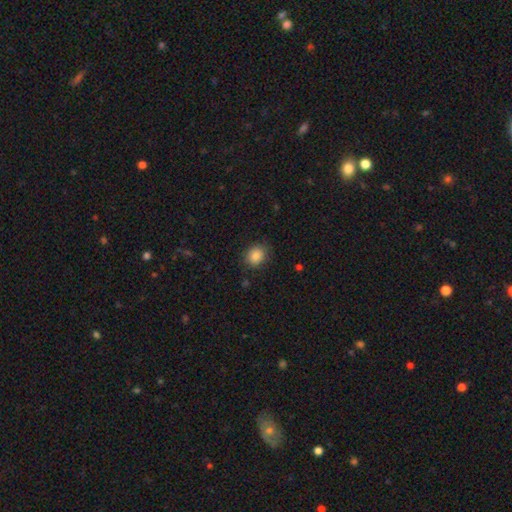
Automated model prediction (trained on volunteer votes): smooth 86%, star or artifact 9%, featured or disk 5%. Down the decision tree: how rounded — round (64%); merging — none (83%).